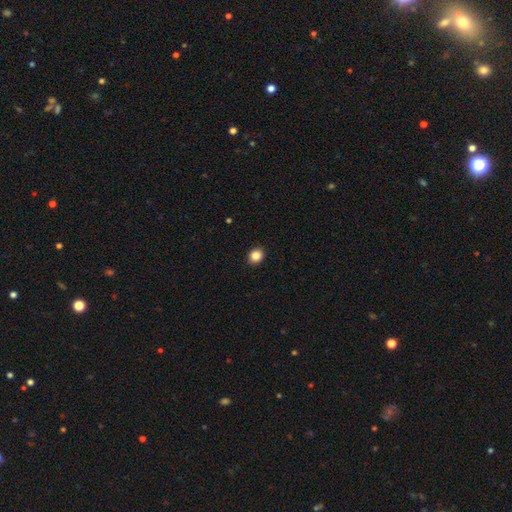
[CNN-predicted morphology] smooth-or-featured: smooth: 85% | star or artifact: 11% | featured or disk: 5%
  how-rounded: round: 75% | in between: 24% | cigar-shaped: 1%
  merging: none: 92% | minor disturbance: 5% | major disturbance: 2% | merger: 1%